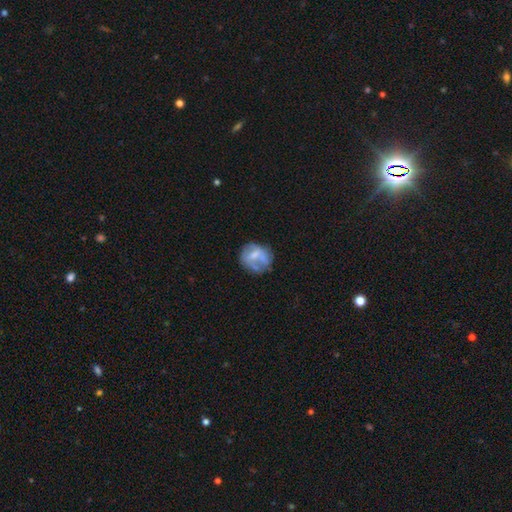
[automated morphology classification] Smooth or featured? featured or disk (47%)
Merging? none (51%)